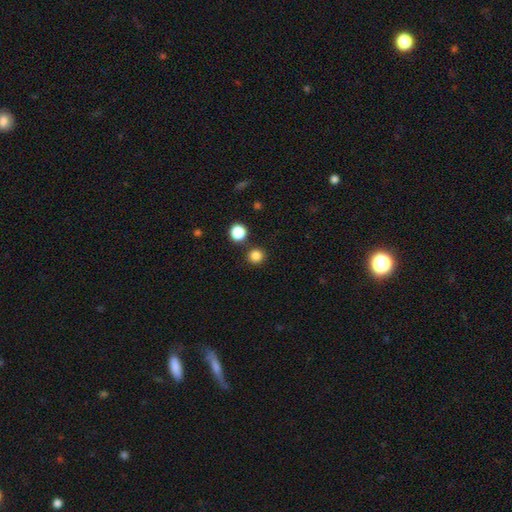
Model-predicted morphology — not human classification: Overall: smooth (84%). How rounded: round (94%). Merging: none (87%).